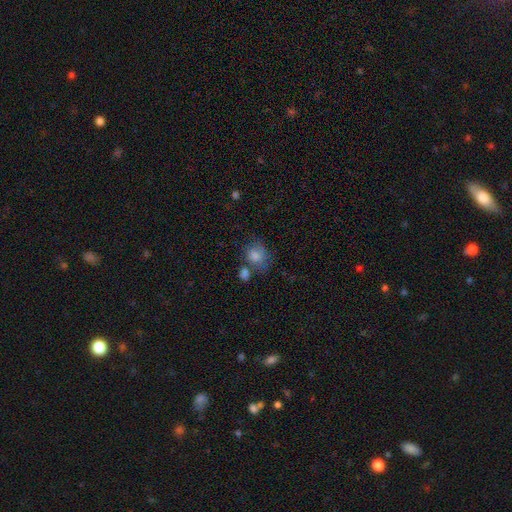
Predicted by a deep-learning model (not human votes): Smooth or featured? smooth (79%)
How rounded? round (57%)
Merging? none (45%)